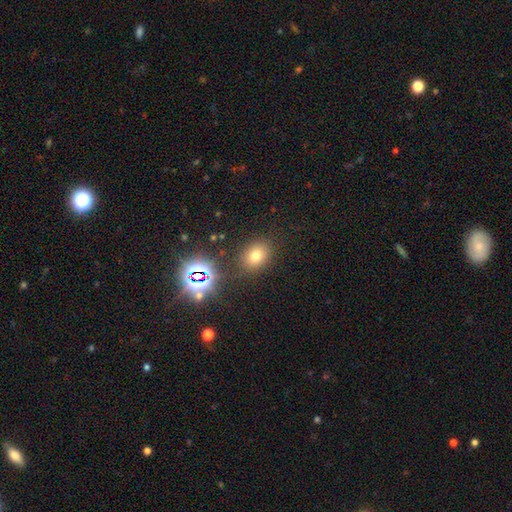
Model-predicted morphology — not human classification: A smooth galaxy with no disk features (69%) that is in between round and cigar-shaped (55%).

Vote fractions:
- Smooth or featured? smooth: 69% / star or artifact: 21% / featured or disk: 10%
- How rounded? in between: 55% / round: 43% / cigar-shaped: 1%
- Merging? none: 83% / minor disturbance: 10% / major disturbance: 4% / merger: 3%